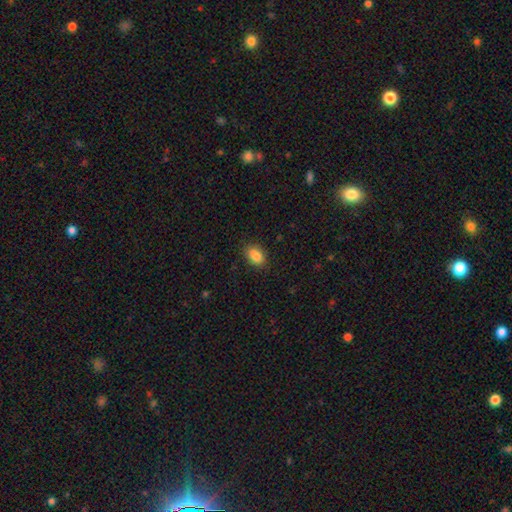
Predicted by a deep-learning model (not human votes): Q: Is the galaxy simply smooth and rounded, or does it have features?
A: smooth — 86%.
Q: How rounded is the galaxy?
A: in between — 86%.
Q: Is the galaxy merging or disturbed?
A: none — 84%.